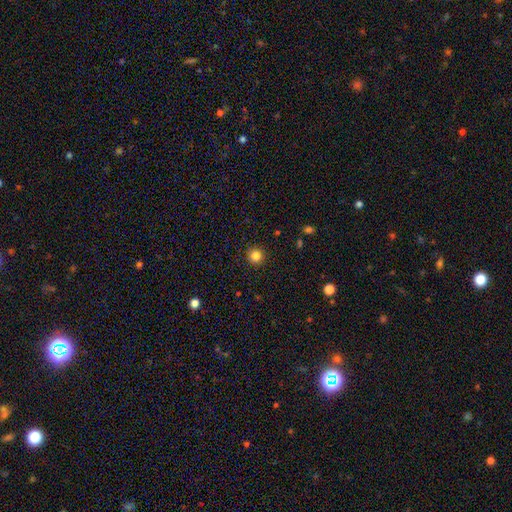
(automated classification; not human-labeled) A smooth galaxy with no disk features (83%) that is round (95%).

Vote fractions:
- Smooth or featured? smooth: 83% / star or artifact: 12% / featured or disk: 5%
- How rounded? round: 95% / in between: 4% / cigar-shaped: 1%
- Merging? none: 92% / minor disturbance: 5% / major disturbance: 2% / merger: 1%